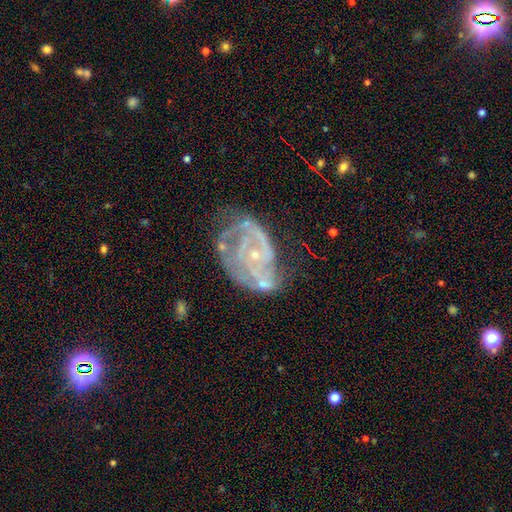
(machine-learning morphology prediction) Q: Smooth or featured?
A: featured or disk (84%); runner-up: star or artifact (8%)
Q: Edge-on disk?
A: no (97%); runner-up: yes (3%)
Q: Bar?
A: no (64%); runner-up: weak (27%)
Q: Spiral arms?
A: yes (90%); runner-up: no (10%)
Q: Spiral winding?
A: tight (51%); runner-up: medium (38%)
Q: Spiral arm count?
A: 2 (37%); runner-up: can't tell (27%)
Q: Bulge size?
A: small (79%); runner-up: moderate (15%)
Q: Merging?
A: none (42%); runner-up: minor disturbance (26%)